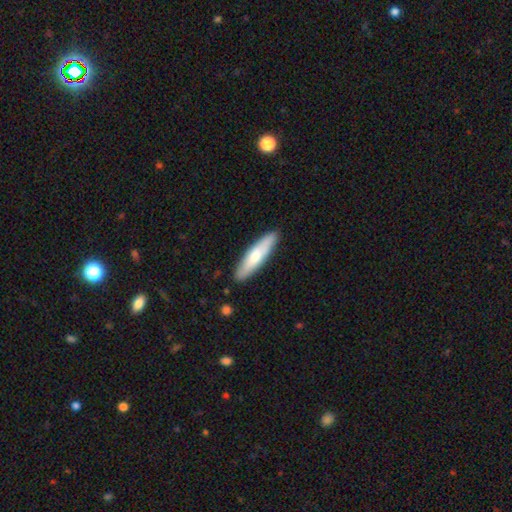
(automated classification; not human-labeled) Morphology: type=smooth (66%); roundness=cigar-shaped (77%); merging=none (88%).